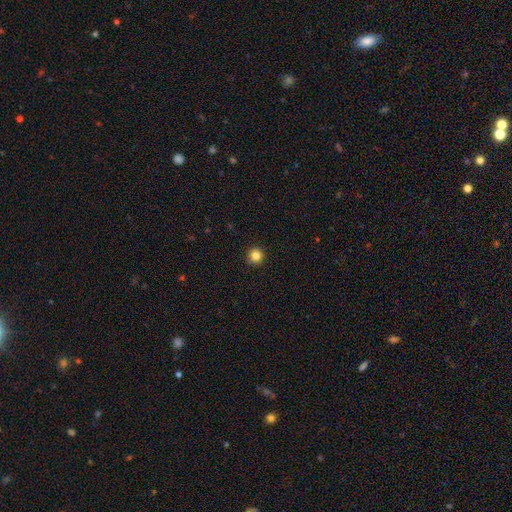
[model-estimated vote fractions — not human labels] This is clearly a smooth galaxy (84%). How rounded: clearly round (96%). Merging: clearly none (93%).